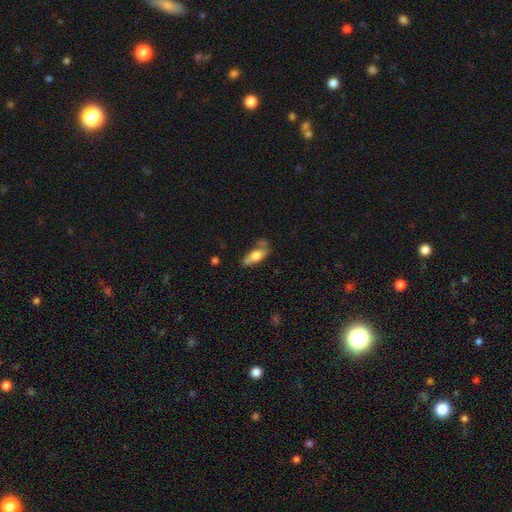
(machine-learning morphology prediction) smooth 61%, featured or disk 31%, star or artifact 7%. Down the decision tree: how rounded — in between (73%); merging — none (46%).